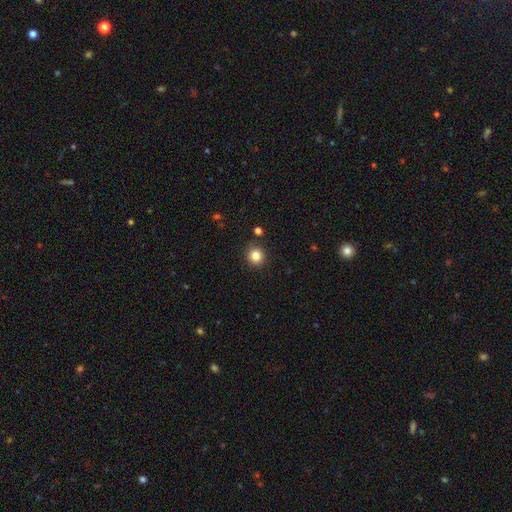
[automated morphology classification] Smooth or featured: smooth — 84% (star or artifact — 11%)
How rounded: round — 89% (in between — 10%)
Merging: none — 89% (minor disturbance — 7%)